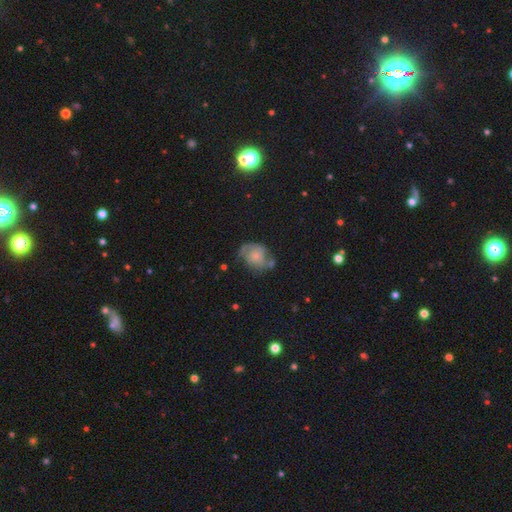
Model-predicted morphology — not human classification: smooth_or_featured: featured or disk (p=0.57) [alt: smooth p=0.34]
disk_edge_on: no (p=0.97) [alt: yes p=0.03]
bar: no (p=0.74) [alt: weak p=0.22]
has_spiral_arms: yes (p=0.84) [alt: no p=0.16]
bulge_size: small (p=0.49) [alt: none p=0.21]
merging: none (p=0.48) [alt: minor disturbance p=0.27]